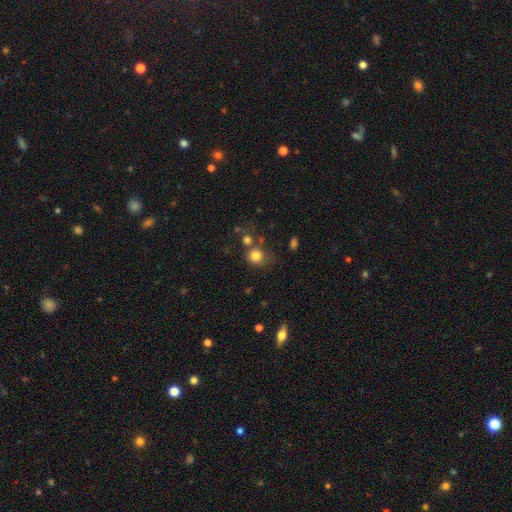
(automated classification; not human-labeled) Smooth or featured: smooth — 80% (star or artifact — 12%)
How rounded: round — 82% (in between — 17%)
Merging: none — 60% (merger — 19%)